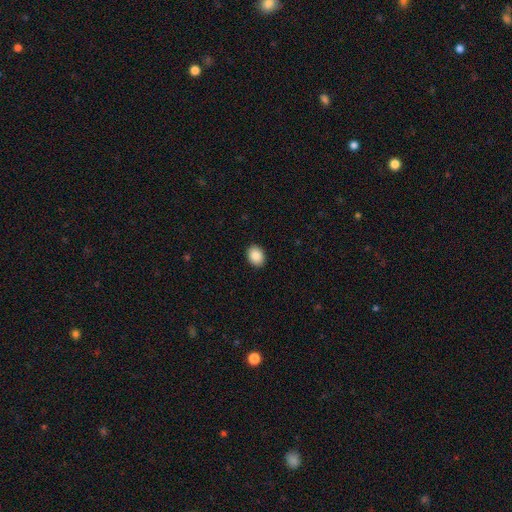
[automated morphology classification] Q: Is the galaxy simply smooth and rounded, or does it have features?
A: smooth — 89%.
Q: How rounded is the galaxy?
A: in between — 69%.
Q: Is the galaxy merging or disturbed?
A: none — 91%.